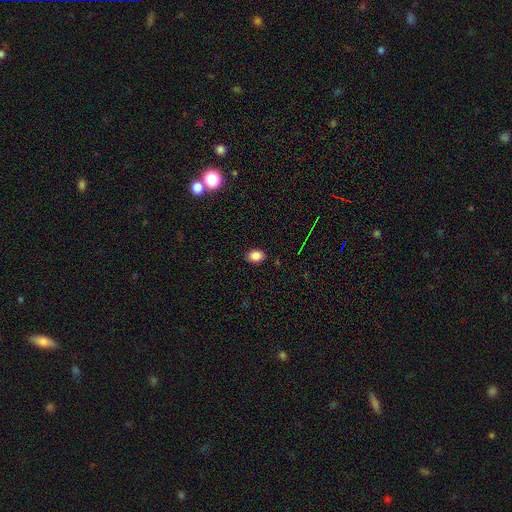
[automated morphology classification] A smooth galaxy with no disk features (86%) that is in between round and cigar-shaped (69%). Merging: none (88%).